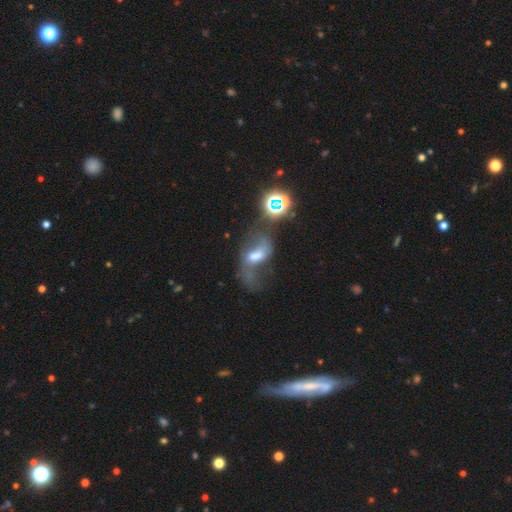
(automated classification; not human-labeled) A featured or disk galaxy (59%) with a weak bar (45%), spiral arms (75%) and a moderate central bulge (45%).

Vote fractions:
- Smooth or featured? featured or disk: 59% / smooth: 24% / star or artifact: 17%
- Edge-on disk? no: 95% / yes: 5%
- Bar? weak: 45% / no: 32% / strong: 23%
- Spiral arms? yes: 75% / no: 25%
- Bulge size? moderate: 45% / large: 21% / small: 19% / none: 12% / dominant: 4%
- Merging? major disturbance: 34% / none: 28% / merger: 22% / minor disturbance: 16%